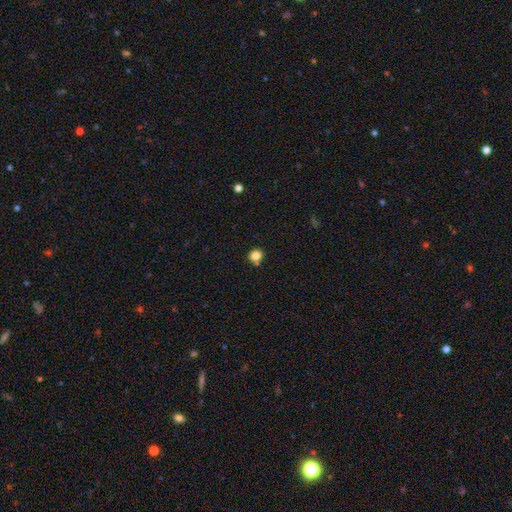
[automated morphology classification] A smooth galaxy with no disk features (82%) that is round (88%).

Vote fractions:
- Smooth or featured? smooth: 82% / star or artifact: 12% / featured or disk: 5%
- How rounded? round: 88% / in between: 11% / cigar-shaped: 1%
- Merging? none: 76% / merger: 11% / minor disturbance: 10% / major disturbance: 3%